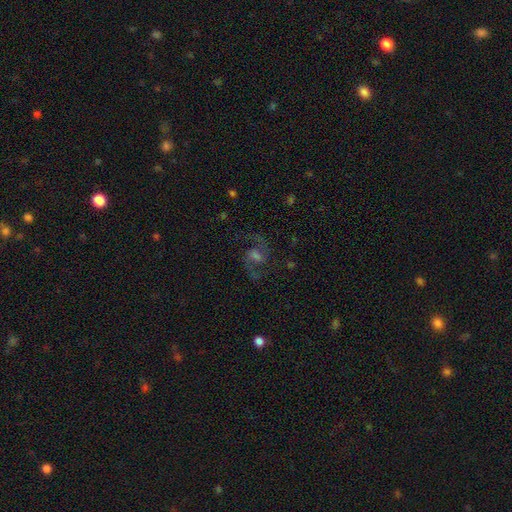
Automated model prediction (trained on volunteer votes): Smooth or featured? featured or disk (86%)
Edge-on disk? no (98%)
Bar? weak (54%)
Spiral arms? yes (98%)
Spiral winding? medium (58%)
Spiral arm count? 2 (94%)
Bulge size? moderate (41%)
Merging? none (80%)